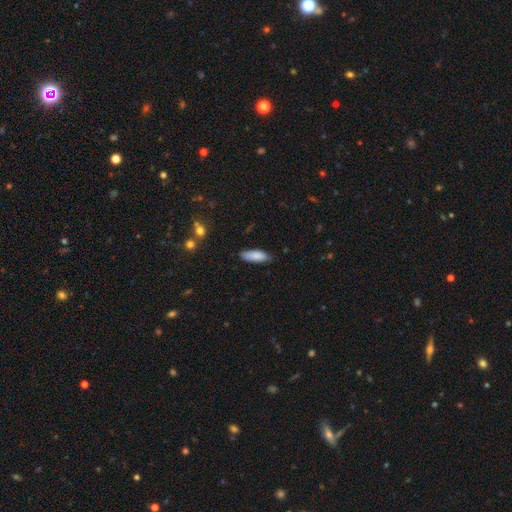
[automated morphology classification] smooth_or_featured: smooth (p=0.85) [alt: featured or disk p=0.09]
how_rounded: in between (p=0.63) [alt: cigar-shaped p=0.35]
merging: none (p=0.81) [alt: minor disturbance p=0.15]